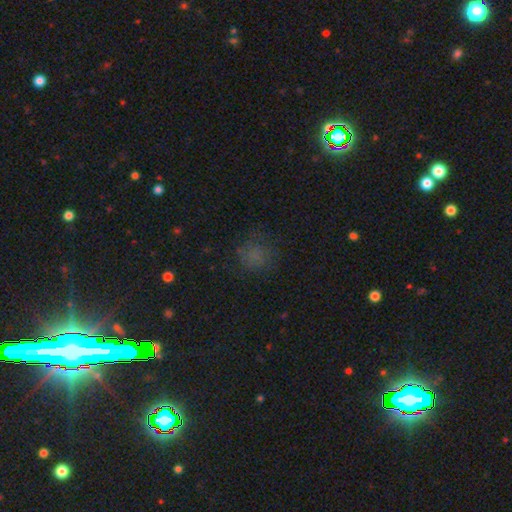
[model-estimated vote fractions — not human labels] Q: Smooth or featured?
A: smooth (68%); runner-up: star or artifact (22%)
Q: How rounded?
A: round (84%); runner-up: in between (15%)
Q: Merging?
A: none (71%); runner-up: minor disturbance (18%)